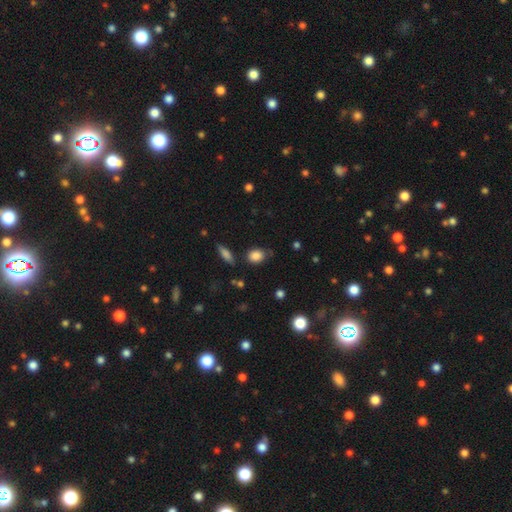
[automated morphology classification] Q: Smooth or featured?
A: smooth (85%); runner-up: star or artifact (9%)
Q: How rounded?
A: in between (57%); runner-up: round (41%)
Q: Merging?
A: none (71%); runner-up: minor disturbance (21%)